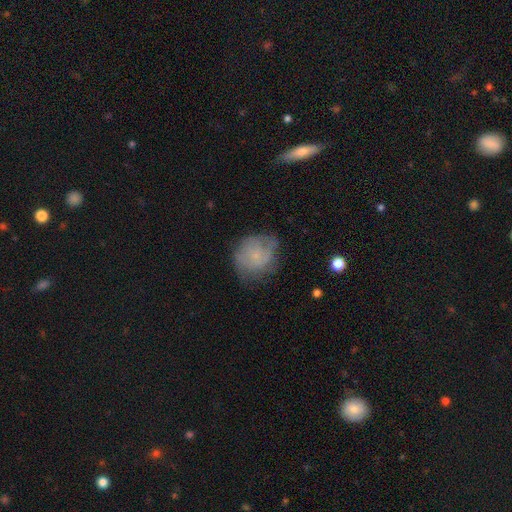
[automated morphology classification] smooth_or_featured: smooth (p=0.46) [alt: featured or disk p=0.45]
merging: none (p=0.56) [alt: minor disturbance p=0.28]